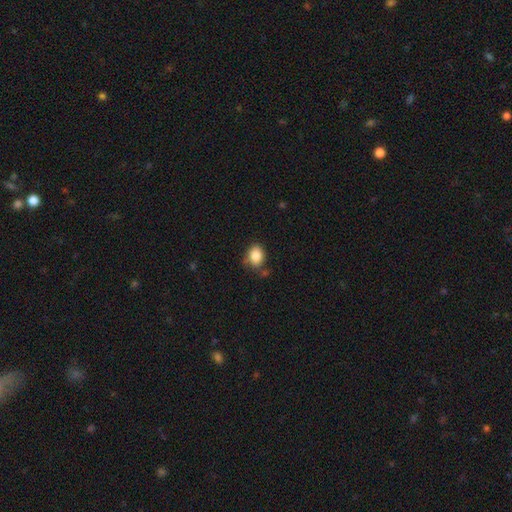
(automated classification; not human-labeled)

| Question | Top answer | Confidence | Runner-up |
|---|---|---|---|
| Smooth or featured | smooth | 84% | star or artifact (9%) |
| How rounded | in between | 57% | round (42%) |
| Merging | none | 66% | minor disturbance (23%) |